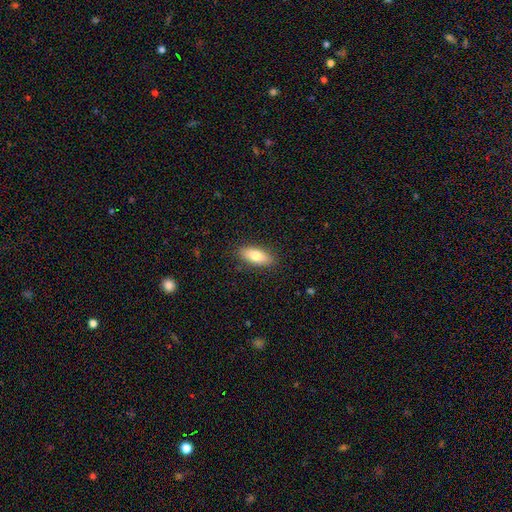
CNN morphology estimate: Smooth or featured? smooth (78%)
How rounded? in between (80%)
Merging? none (87%)